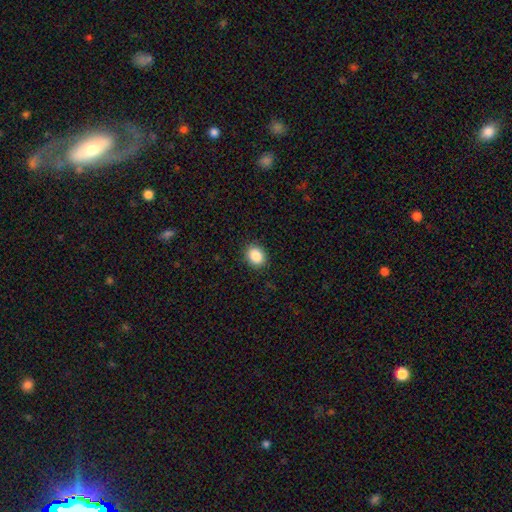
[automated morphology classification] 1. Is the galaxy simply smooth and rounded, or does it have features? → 88% smooth, 8% star or artifact, 4% featured or disk.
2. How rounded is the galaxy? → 50% round, 49% in between, 1% cigar-shaped.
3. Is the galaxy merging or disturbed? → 90% none, 7% minor disturbance, 2% major disturbance, 1% merger.